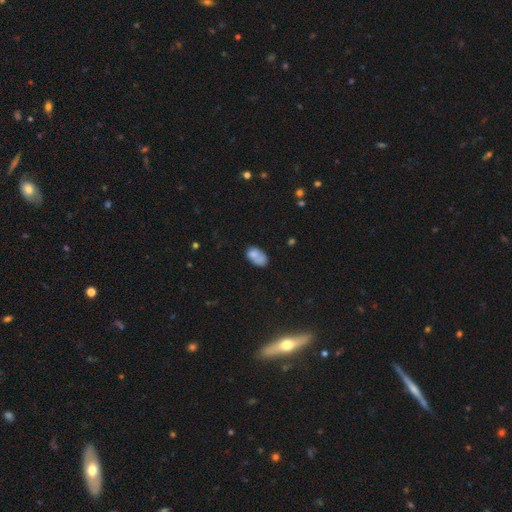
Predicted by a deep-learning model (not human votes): smooth_or_featured: smooth (p=0.75) [alt: featured or disk p=0.15]
how_rounded: in between (p=0.87) [alt: round p=0.11]
merging: none (p=0.41) [alt: minor disturbance p=0.24]